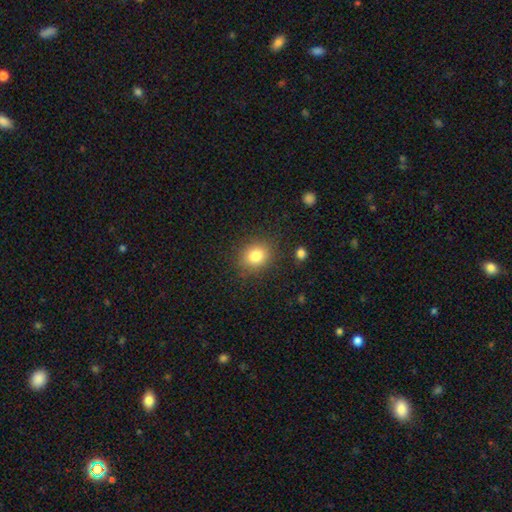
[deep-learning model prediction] Morphology: type=smooth (82%); roundness=round (69%); merging=none (85%).